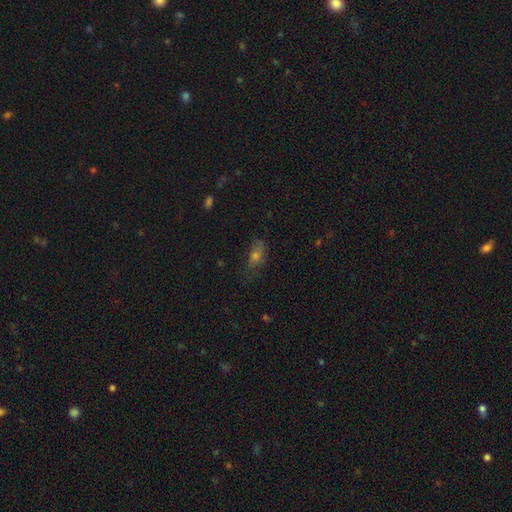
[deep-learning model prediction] A smooth galaxy with no disk features (59%) that is in between round and cigar-shaped (75%).

Vote fractions:
- Smooth or featured? smooth: 59% / star or artifact: 21% / featured or disk: 20%
- How rounded? in between: 75% / round: 13% / cigar-shaped: 12%
- Merging? none: 56% / minor disturbance: 26% / major disturbance: 15% / merger: 2%